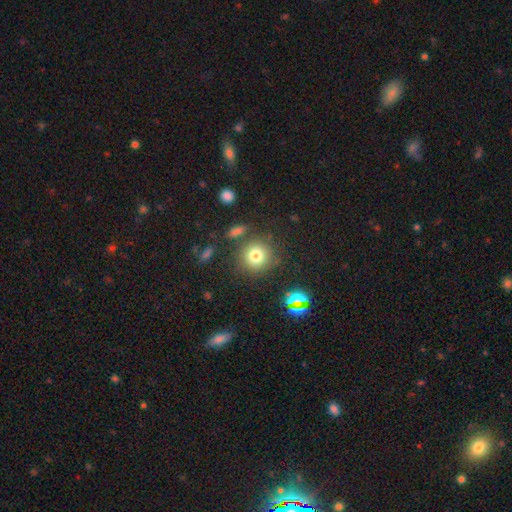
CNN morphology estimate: smooth-or-featured: smooth: 77% | star or artifact: 15% | featured or disk: 8%
  how-rounded: round: 91% | in between: 8% | cigar-shaped: 1%
  merging: none: 80% | minor disturbance: 10% | merger: 7% | major disturbance: 4%